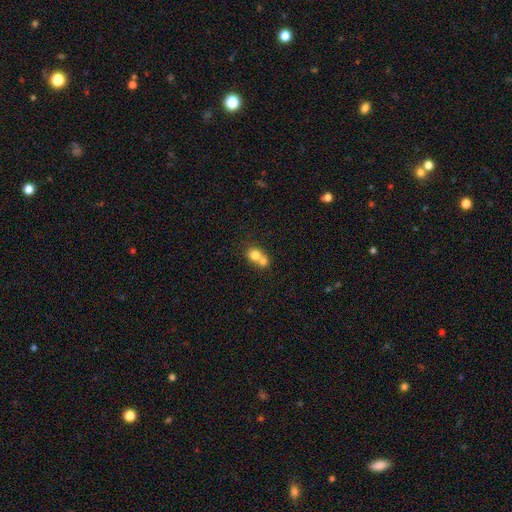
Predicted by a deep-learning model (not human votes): The model was most divided on "merging": merger: 67%, none: 26%, minor disturbance: 5%, major disturbance: 2%. More confident: smooth or featured — smooth (75%); how rounded — round (72%).